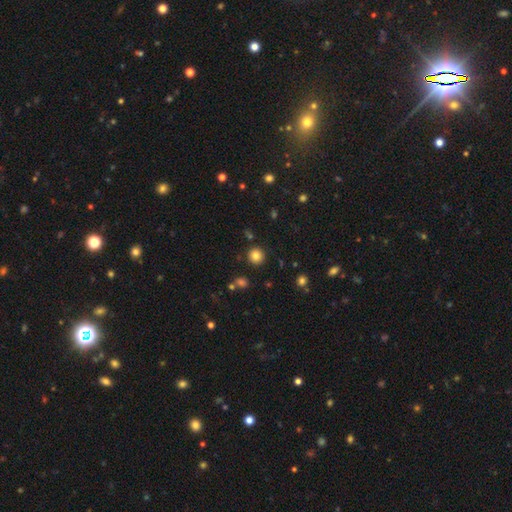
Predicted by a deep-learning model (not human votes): The model was most divided on "smooth or featured": smooth: 82%, star or artifact: 12%, featured or disk: 6%. More confident: how rounded — round (93%); merging — none (89%).